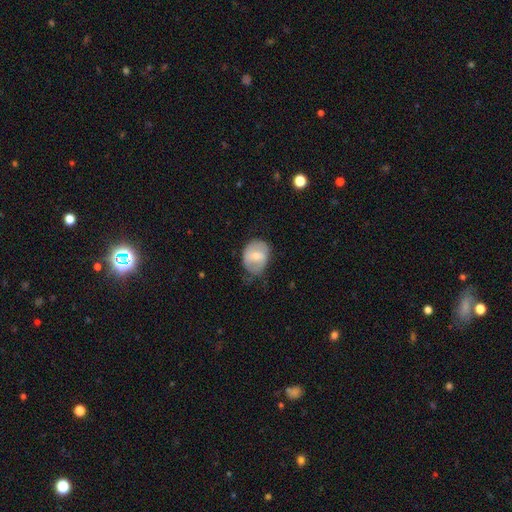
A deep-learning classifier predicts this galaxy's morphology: Q: Smooth or featured?
A: smooth (56%); runner-up: featured or disk (38%)
Q: How rounded?
A: in between (55%); runner-up: round (43%)
Q: Merging?
A: none (49%); runner-up: minor disturbance (35%)